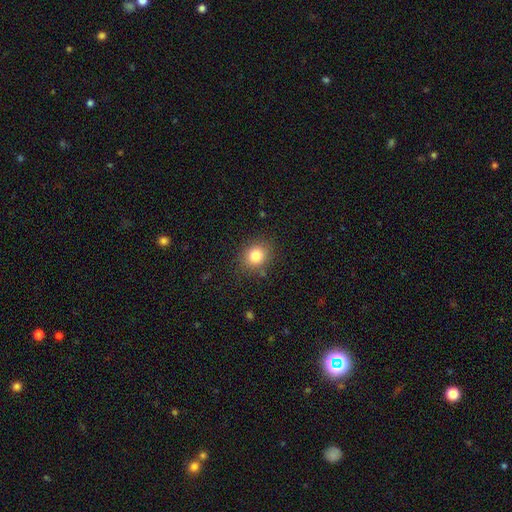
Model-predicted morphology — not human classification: A smooth galaxy with no disk features (82%) that is round (69%).

Vote fractions:
- Smooth or featured? smooth: 82% / star or artifact: 11% / featured or disk: 7%
- How rounded? round: 69% / in between: 30% / cigar-shaped: 1%
- Merging? none: 85% / minor disturbance: 10% / major disturbance: 3% / merger: 2%